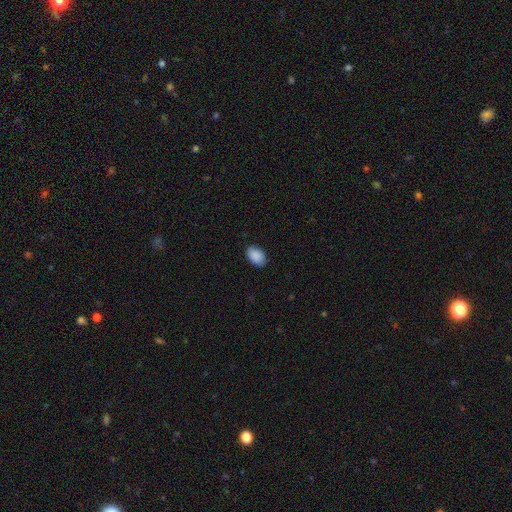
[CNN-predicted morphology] This appears to be a smooth galaxy with no disk features (90%) that is in between round and cigar-shaped (88%). Merging: none (87%).